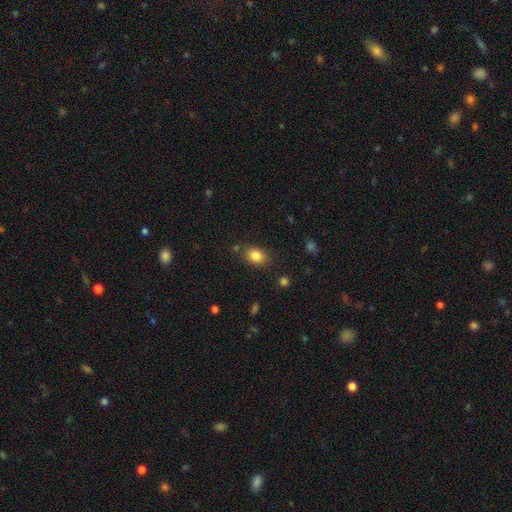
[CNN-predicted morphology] smooth 84%, star or artifact 10%, featured or disk 6%. Down the decision tree: how rounded — in between (70%); merging — none (79%).